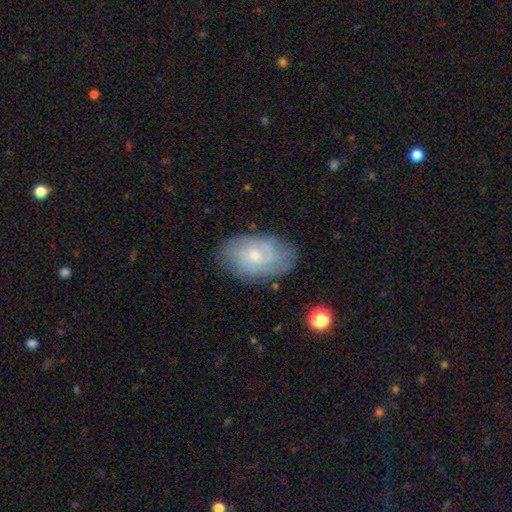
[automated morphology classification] smooth-or-featured: featured or disk: 69% | smooth: 24% | star or artifact: 7%
  disk-edge-on: no: 96% | yes: 4%
    bar: no: 67% | weak: 30% | strong: 3%
    has-spiral-arms: yes: 88% | no: 12%
      spiral-winding: tight: 56% | medium: 33% | loose: 10%
      spiral-arm-count: can't tell: 42% | 2: 33% | 3: 13% | 1: 5% | 4: 5% | more than 4: 3%
    bulge-size: small: 57% | moderate: 38% | none: 3% | large: 2% | dominant: 1%
  merging: none: 74% | minor disturbance: 19% | major disturbance: 5% | merger: 1%